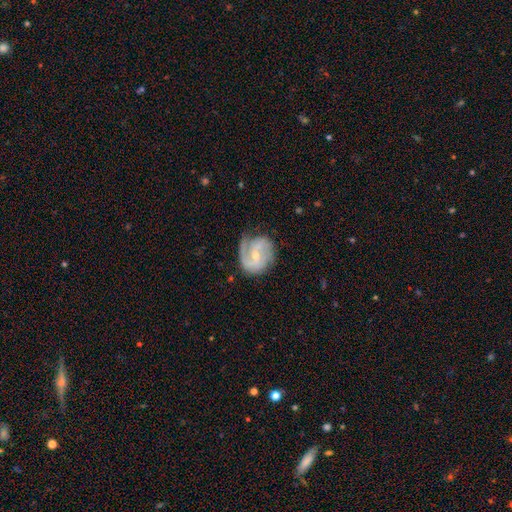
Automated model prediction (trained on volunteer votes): Overall: featured or disk (82%). Edge-on disk: no (98%). Bar: weak (46%; no 38%). Spiral arms: yes (94%). Spiral arm count: 2 (57%). Spiral winding: medium (44%; tight 37%). Bulge size: small (56%; moderate 40%). Merging: none (59%; minor disturbance 26%).